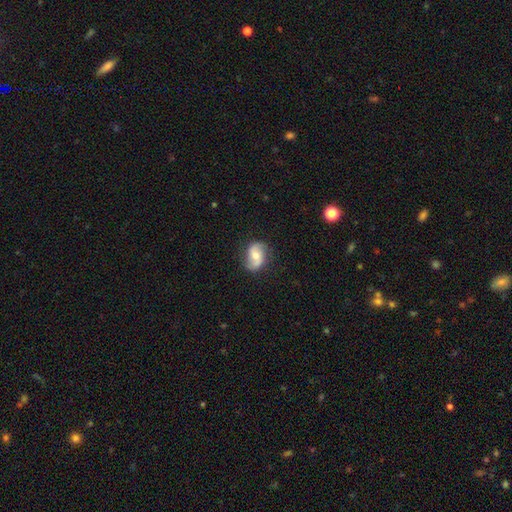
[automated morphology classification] smooth-or-featured: featured or disk: 69% | smooth: 25% | star or artifact: 7%
  disk-edge-on: no: 97% | yes: 3%
    bar: no: 51% | weak: 37% | strong: 12%
    has-spiral-arms: yes: 93% | no: 7%
      spiral-winding: loose: 51% | medium: 36% | tight: 13%
      spiral-arm-count: 2: 91% | can't tell: 4% | 1: 2% | 3: 1% | 4: 1% | more than 4: 1%
    bulge-size: moderate: 61% | small: 30% | large: 5% | none: 2% | dominant: 1%
  merging: none: 80% | minor disturbance: 15% | major disturbance: 4% | merger: 1%